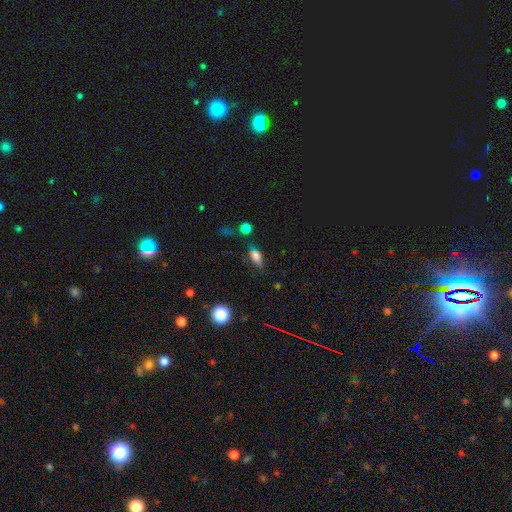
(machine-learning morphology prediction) A smooth galaxy with no disk features (72%) that is in between round and cigar-shaped (78%).

Vote fractions:
- Smooth or featured? smooth: 72% / star or artifact: 15% / featured or disk: 13%
- How rounded? in between: 78% / cigar-shaped: 13% / round: 9%
- Merging? none: 54% / minor disturbance: 27% / major disturbance: 11% / merger: 8%